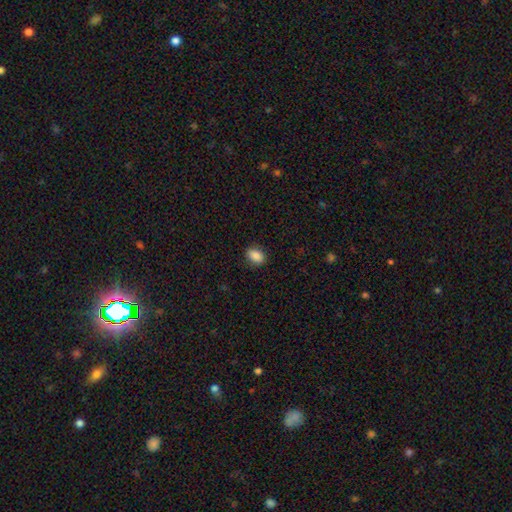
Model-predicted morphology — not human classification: smooth 87%, star or artifact 8%, featured or disk 4%. Down the decision tree: how rounded — in between (77%); merging — none (88%).